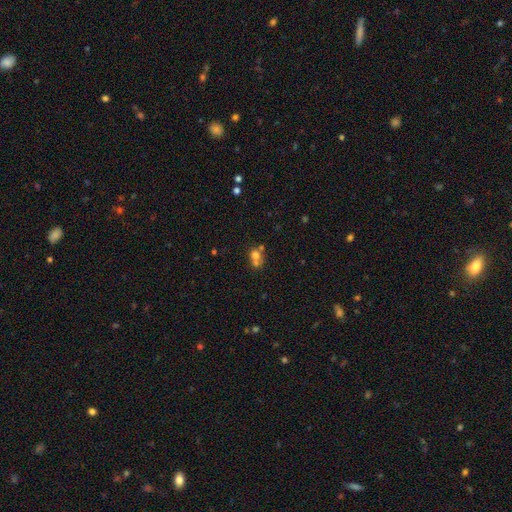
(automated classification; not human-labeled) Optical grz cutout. It shows a smooth galaxy with no disk features (65%) that is round (70%). Merging: merger (53%).